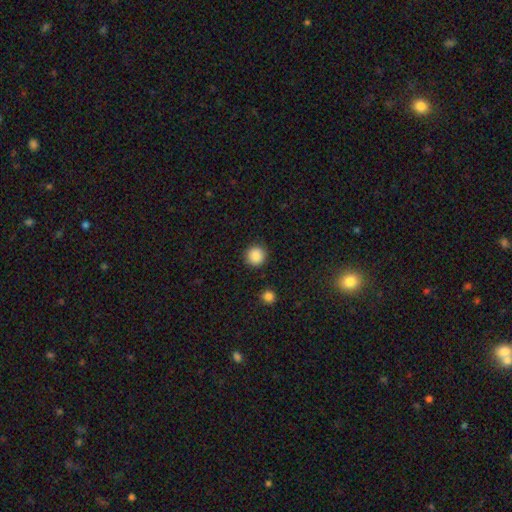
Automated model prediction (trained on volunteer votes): A smooth galaxy with no disk features (88%) that is round (95%). Merging: none (91%).